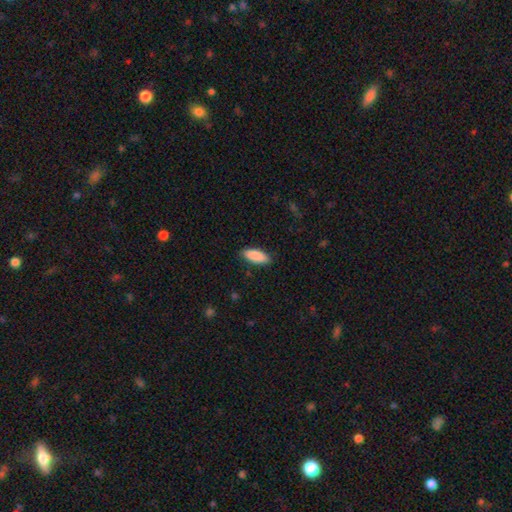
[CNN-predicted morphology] smooth_or_featured: smooth (p=0.88) [alt: featured or disk p=0.07]
how_rounded: in between (p=0.71) [alt: cigar-shaped p=0.28]
merging: none (p=0.88) [alt: minor disturbance p=0.09]